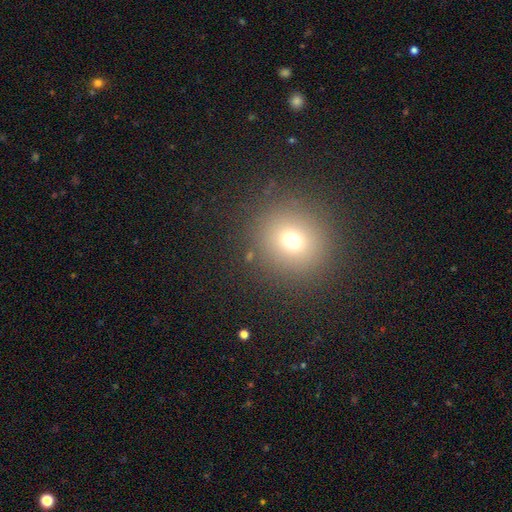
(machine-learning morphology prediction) The model was most divided on "smooth or featured": smooth: 69%, star or artifact: 22%, featured or disk: 9%. More confident: merging — none (89%); how rounded — round (88%).